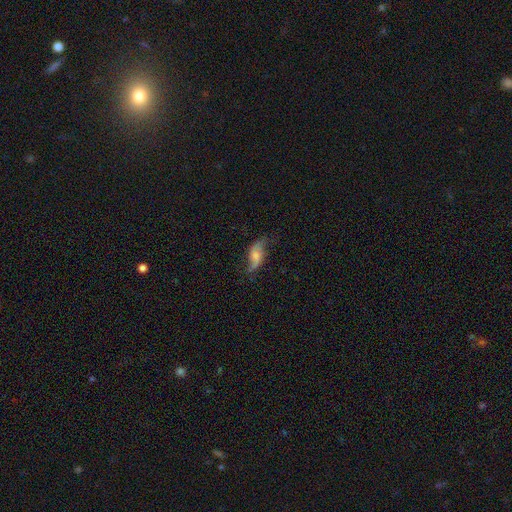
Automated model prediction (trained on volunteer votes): Smooth or featured: featured or disk — 57% (smooth — 34%)
Edge-on disk: no — 91% (yes — 9%)
Bar: no — 58% (weak — 33%)
Spiral arms: yes — 88% (no — 12%)
Bulge size: moderate — 36% (small — 33%)
Merging: none — 59% (minor disturbance — 25%)